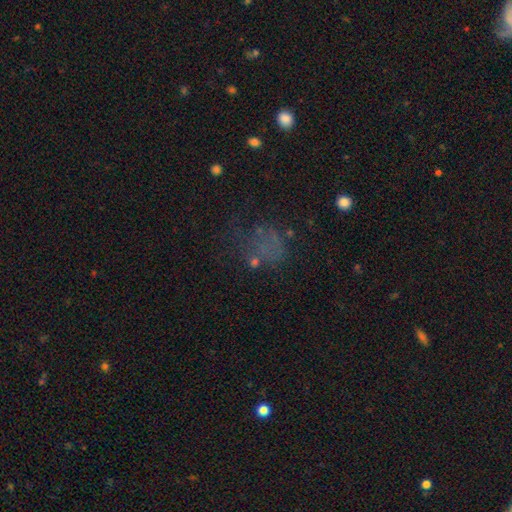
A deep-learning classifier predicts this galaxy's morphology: Smooth or featured?
  - smooth: 40% *
  - star or artifact: 35%
  - featured or disk: 26%
Merging?
  - none: 50% *
  - major disturbance: 27%
  - minor disturbance: 17%
  - merger: 6%